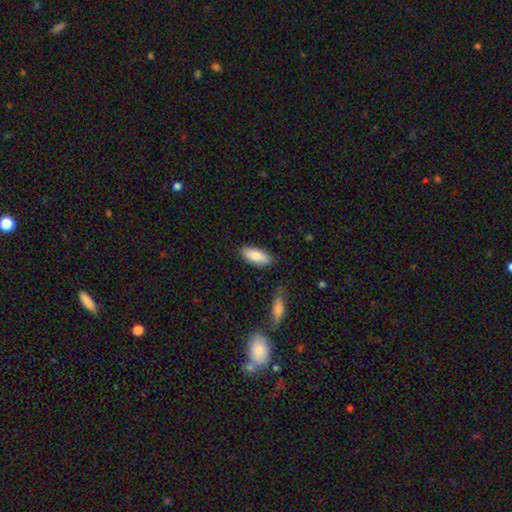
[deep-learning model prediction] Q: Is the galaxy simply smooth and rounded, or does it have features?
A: smooth — 81%.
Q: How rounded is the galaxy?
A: in between — 83%.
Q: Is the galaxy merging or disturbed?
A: none — 82%.